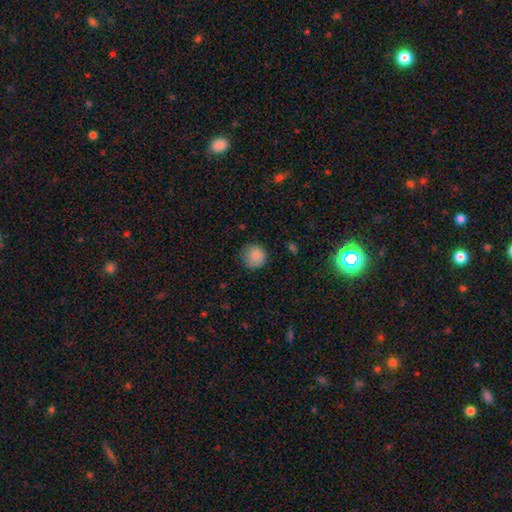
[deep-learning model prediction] Smooth or featured? smooth (85%)
How rounded? round (92%)
Merging? none (77%)